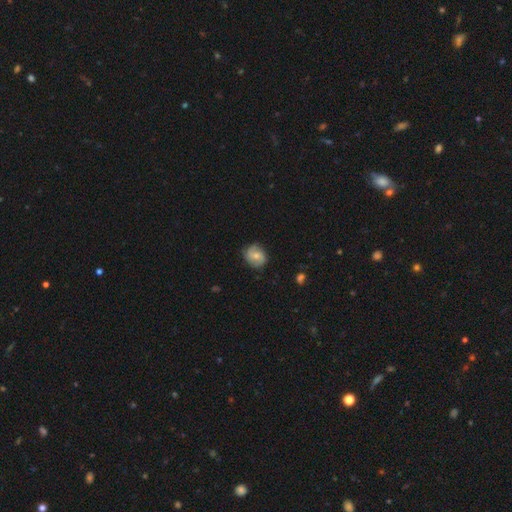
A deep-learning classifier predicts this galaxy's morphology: Smooth or featured? Predicted: smooth (p=0.47). Merging? Predicted: none (p=0.77).